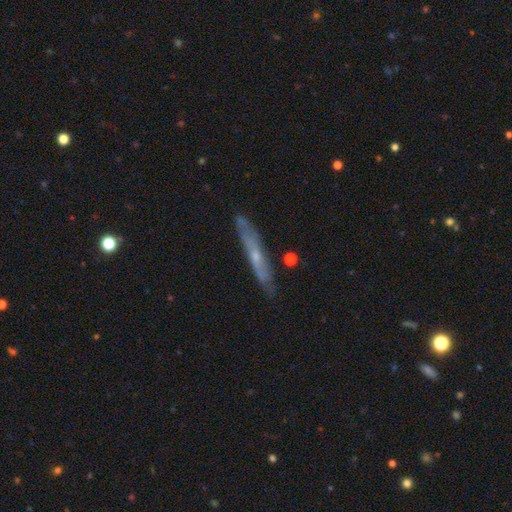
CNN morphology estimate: Smooth or featured? featured or disk (61%)
Edge-on disk? yes (82%)
Merging? none (81%)